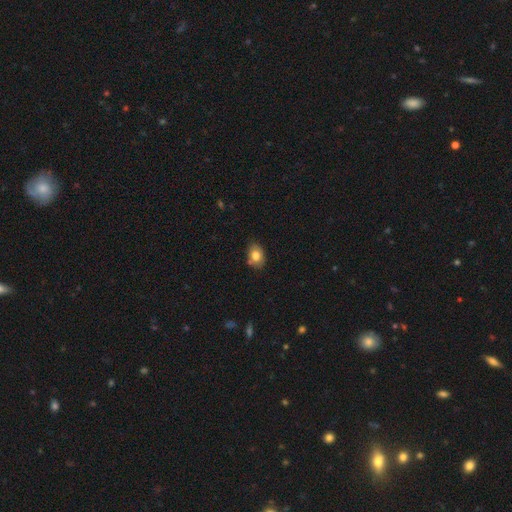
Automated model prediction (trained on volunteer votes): Q: Smooth or featured?
A: smooth (78%); runner-up: featured or disk (13%)
Q: How rounded?
A: in between (74%); runner-up: round (25%)
Q: Merging?
A: none (75%); runner-up: minor disturbance (17%)